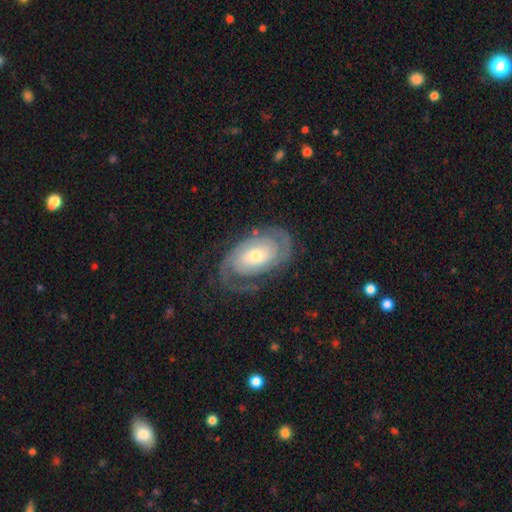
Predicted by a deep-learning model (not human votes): A featured or disk galaxy (85%) with no bar (69%), 2 (67%) tight (70%) spiral arms (95%) and a moderate central bulge (51%).

Vote fractions:
- Smooth or featured? featured or disk: 85% / smooth: 10% / star or artifact: 5%
- Edge-on disk? no: 96% / yes: 4%
- Bar? no: 69% / weak: 23% / strong: 7%
- Spiral arms? yes: 95% / no: 5%
- Spiral winding? tight: 70% / medium: 23% / loose: 7%
- Spiral arm count? 2: 67% / can't tell: 16% / 3: 6% / 1: 6% / 4: 2% / more than 4: 2%
- Bulge size? moderate: 51% / small: 42% / large: 5% / none: 1% / dominant: 1%
- Merging? none: 73% / minor disturbance: 16% / major disturbance: 10% / merger: 1%